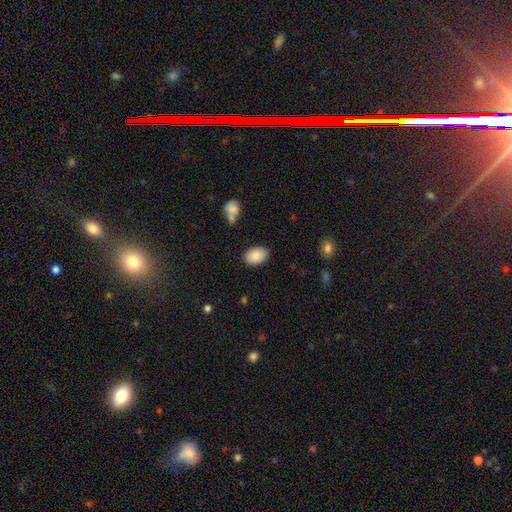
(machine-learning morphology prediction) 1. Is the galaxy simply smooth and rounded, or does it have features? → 88% smooth, 7% star or artifact, 5% featured or disk.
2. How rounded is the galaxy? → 86% in between, 13% round, 1% cigar-shaped.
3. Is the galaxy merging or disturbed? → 86% none, 10% minor disturbance, 3% major disturbance, 2% merger.